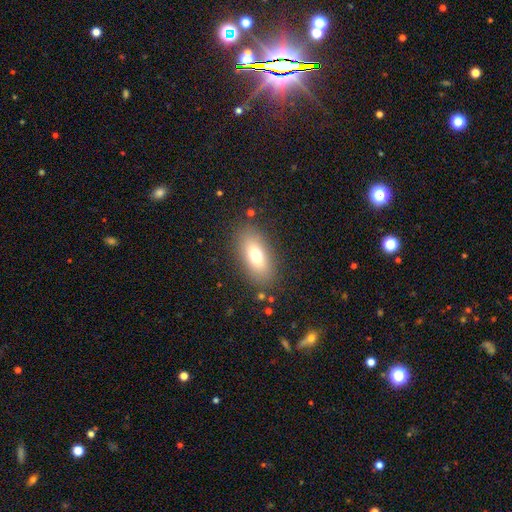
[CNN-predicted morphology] type=smooth (72%); roundness=in between (84%); merging=none (84%).